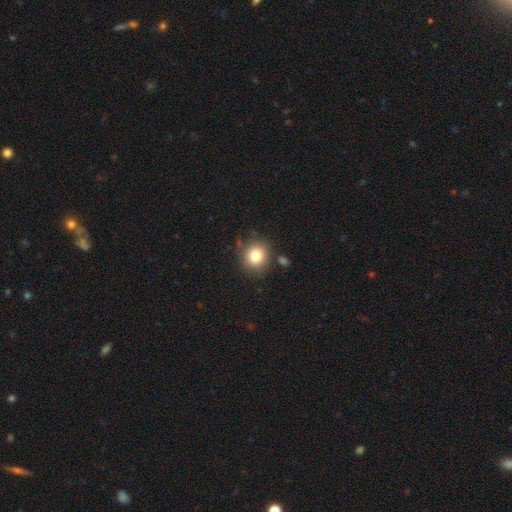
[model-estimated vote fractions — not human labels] Smooth or featured: smooth — 80% (star or artifact — 11%)
How rounded: round — 82% (in between — 17%)
Merging: none — 80% (minor disturbance — 11%)